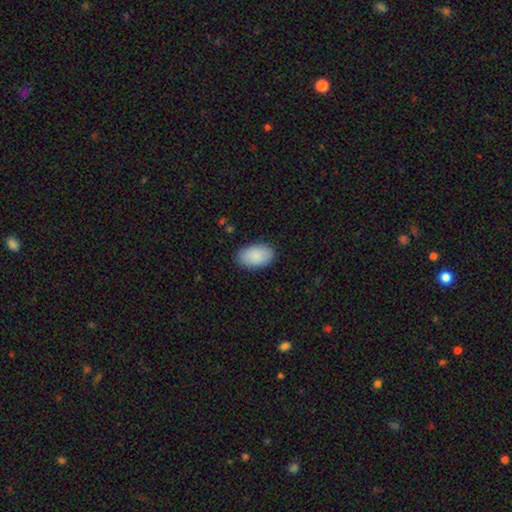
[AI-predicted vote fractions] The model was most divided on "merging": none: 87%, minor disturbance: 10%, major disturbance: 2%, merger: 1%. More confident: how rounded — in between (94%); smooth or featured — smooth (89%).